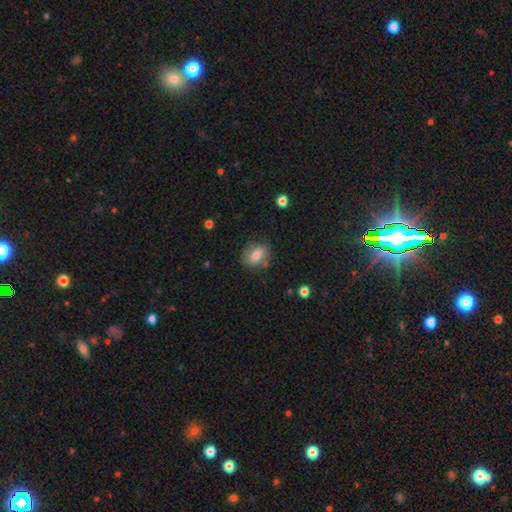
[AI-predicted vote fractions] Morphology: type=smooth (77%); roundness=in between (64%); merging=none (77%).